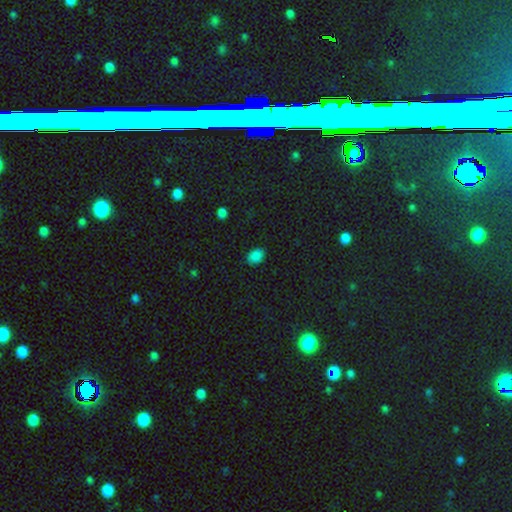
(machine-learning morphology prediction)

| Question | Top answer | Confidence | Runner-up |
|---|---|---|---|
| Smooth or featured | smooth | 85% | star or artifact (12%) |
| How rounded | in between | 74% | round (25%) |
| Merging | none | 86% | minor disturbance (11%) |